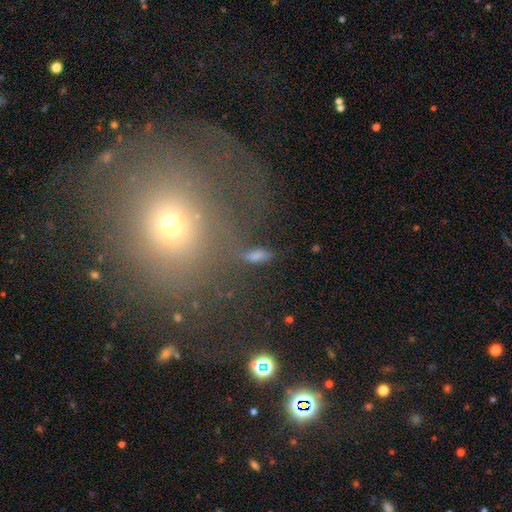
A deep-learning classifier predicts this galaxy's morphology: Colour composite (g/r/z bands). It shows a smooth galaxy with no disk features (57%) that is in between round and cigar-shaped (59%). Merging: none (70%).